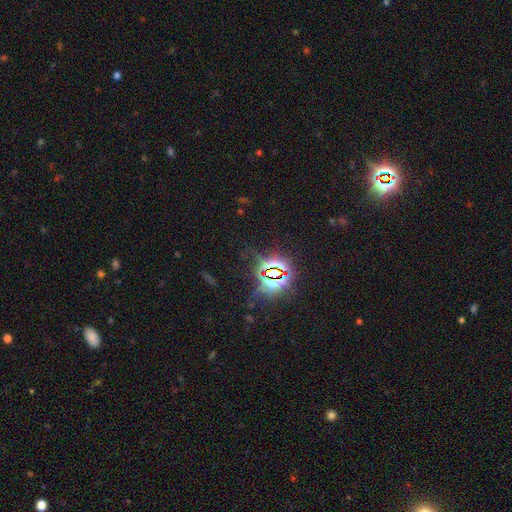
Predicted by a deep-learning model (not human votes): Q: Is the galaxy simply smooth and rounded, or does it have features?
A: star or artifact — 84%.